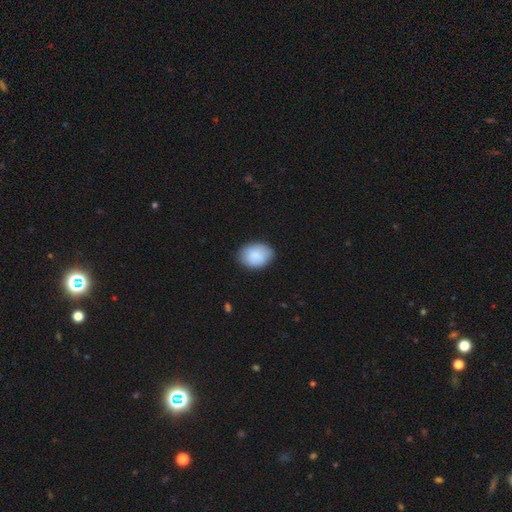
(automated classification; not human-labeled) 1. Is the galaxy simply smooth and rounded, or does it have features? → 86% smooth, 8% featured or disk, 6% star or artifact.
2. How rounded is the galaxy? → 73% in between, 26% round, 1% cigar-shaped.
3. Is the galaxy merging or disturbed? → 81% none, 15% minor disturbance, 3% major disturbance, 1% merger.